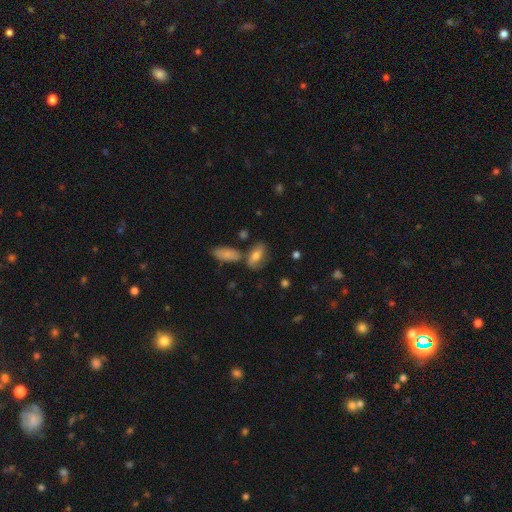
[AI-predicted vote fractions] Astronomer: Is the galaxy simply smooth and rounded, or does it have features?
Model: smooth — 67%.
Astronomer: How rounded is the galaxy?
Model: in between — 86%.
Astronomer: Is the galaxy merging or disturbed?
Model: none — 58%.